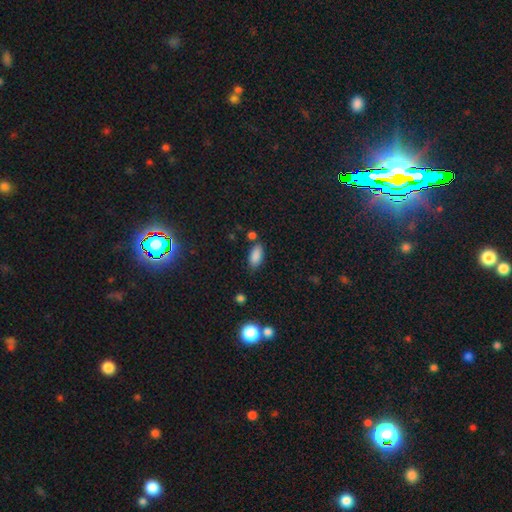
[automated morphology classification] A smooth galaxy with no disk features (87%) that is in between round and cigar-shaped (90%). Merging: none (75%).